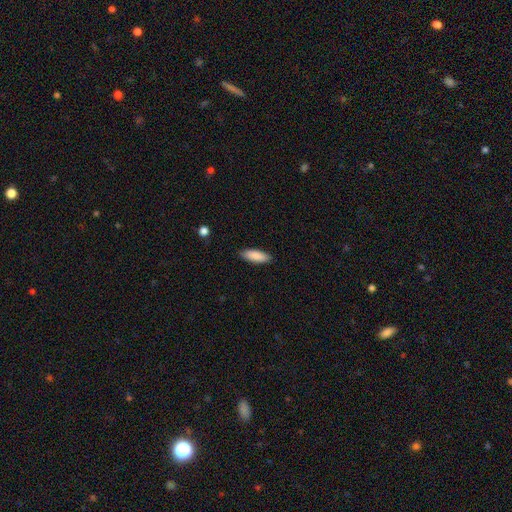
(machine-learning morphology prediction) This appears to be a smooth galaxy with no disk features (89%) that is in between round and cigar-shaped (63%). Merging: none (89%).